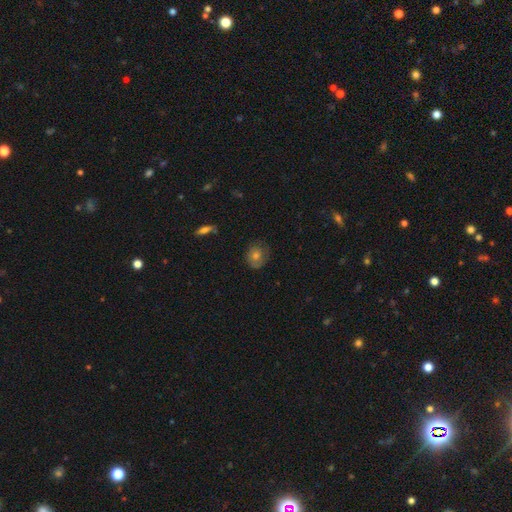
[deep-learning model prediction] A smooth galaxy with no disk features (51%) that is round (74%). Merging: none (74%).